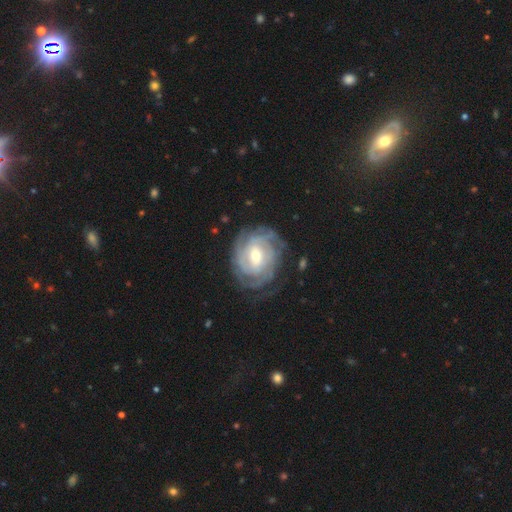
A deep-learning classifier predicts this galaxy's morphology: A featured or disk galaxy (87%) with a weak bar (48%), tight (75%) spiral arms (96%) and a moderate central bulge (53%).

Vote fractions:
- Smooth or featured? featured or disk: 87% / smooth: 8% / star or artifact: 5%
- Edge-on disk? no: 97% / yes: 3%
- Bar? weak: 48% / no: 34% / strong: 17%
- Spiral arms? yes: 96% / no: 4%
- Spiral winding? tight: 75% / medium: 21% / loose: 5%
- Spiral arm count? can't tell: 35% / 3: 19% / 4: 17% / 2: 16% / more than 4: 7% / 1: 6%
- Bulge size? moderate: 53% / small: 42% / large: 3% / none: 1% / dominant: 1%
- Merging? none: 74% / minor disturbance: 17% / major disturbance: 8% / merger: 1%